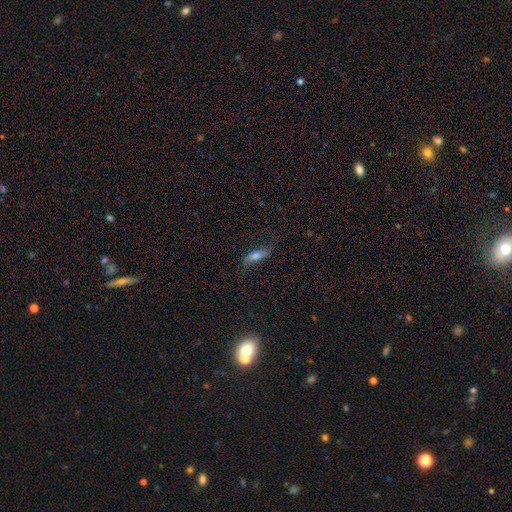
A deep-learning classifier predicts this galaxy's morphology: Overall: smooth (59%; featured or disk 32%). How rounded: in between (52%; cigar-shaped 45%). Merging: none (66%).